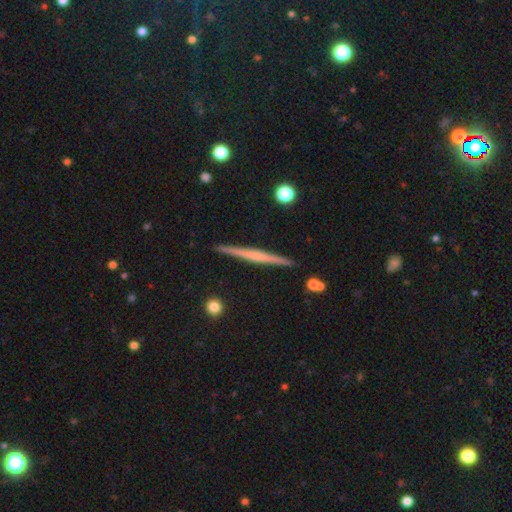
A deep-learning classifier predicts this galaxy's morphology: Smooth or featured?
  - featured or disk: 65% *
  - smooth: 30%
  - star or artifact: 6%
Edge-on disk?
  - yes: 98% *
  - no: 2%
Edge-on bulge?
  - none: 61% *
  - rounded: 28%
  - boxy: 11%
Merging?
  - none: 92% *
  - minor disturbance: 6%
  - merger: 1%
  - major disturbance: 1%